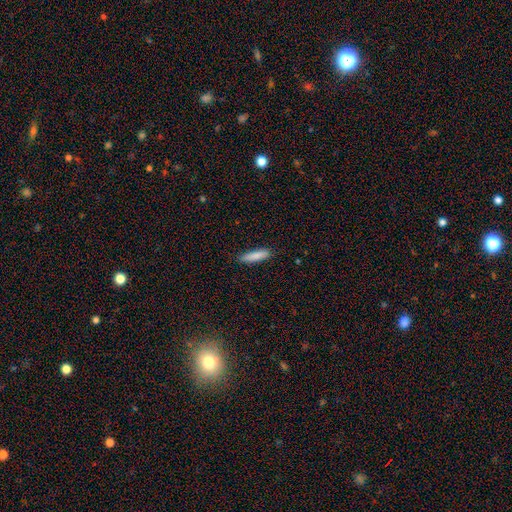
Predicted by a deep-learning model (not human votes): Q: Smooth or featured?
A: smooth (86%); runner-up: featured or disk (8%)
Q: How rounded?
A: cigar-shaped (76%); runner-up: in between (23%)
Q: Merging?
A: none (87%); runner-up: minor disturbance (10%)